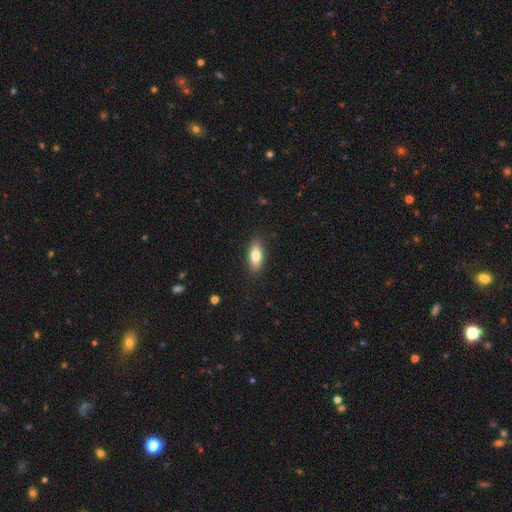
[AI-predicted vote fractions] This appears to be a smooth galaxy with no disk features (76%) that is in between round and cigar-shaped (79%). Merging: none (88%).